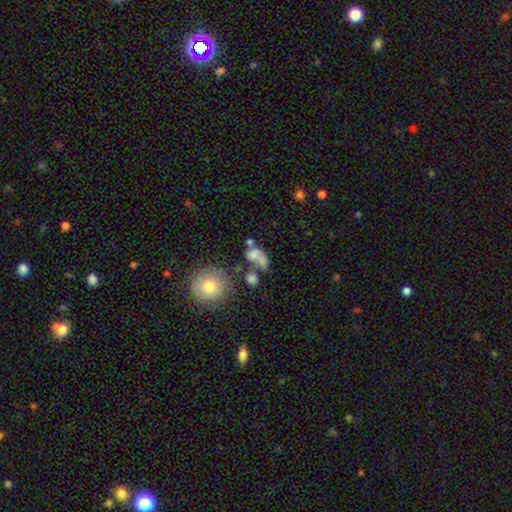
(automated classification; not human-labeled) Morphology: type=smooth (62%); roundness=in between (64%); merging=merger (45%).